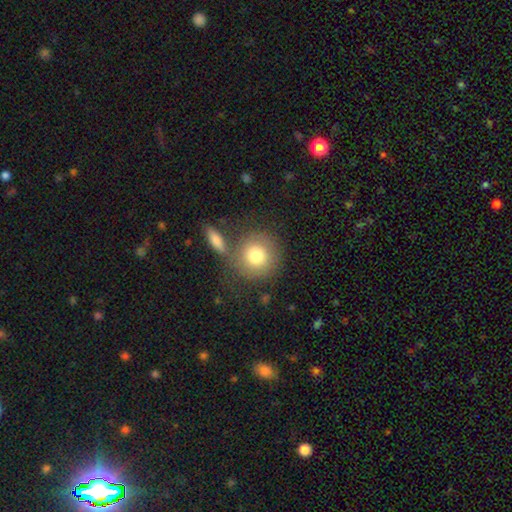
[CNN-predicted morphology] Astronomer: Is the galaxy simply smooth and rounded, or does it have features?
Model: smooth — 77%.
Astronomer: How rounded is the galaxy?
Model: round — 91%.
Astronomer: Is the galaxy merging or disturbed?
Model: none — 62%.